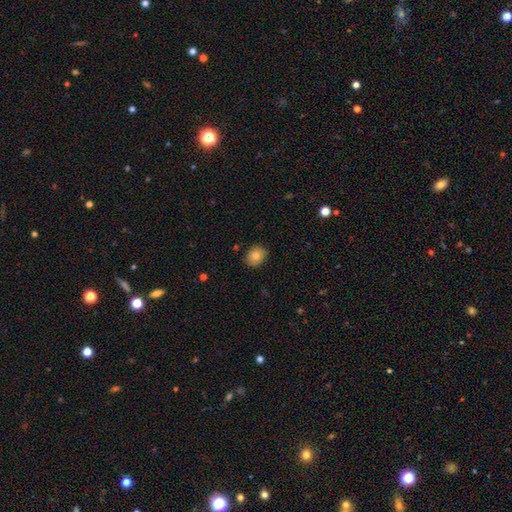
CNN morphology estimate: type=smooth (78%); roundness=round (53%); merging=none (85%).